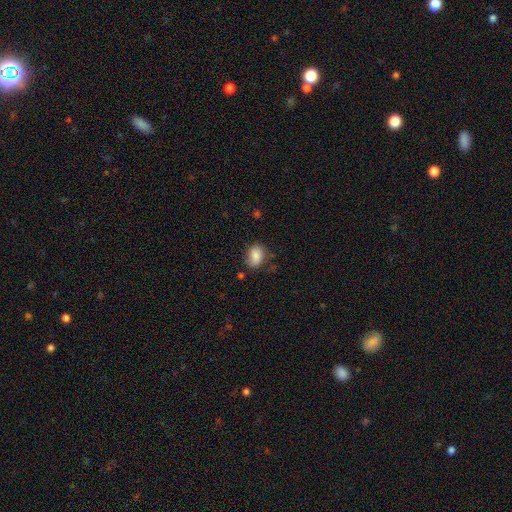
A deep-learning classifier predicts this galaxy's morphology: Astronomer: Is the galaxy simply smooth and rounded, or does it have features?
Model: smooth — 82%.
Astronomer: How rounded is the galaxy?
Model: in between — 70%.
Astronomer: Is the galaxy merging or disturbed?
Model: none — 67%.